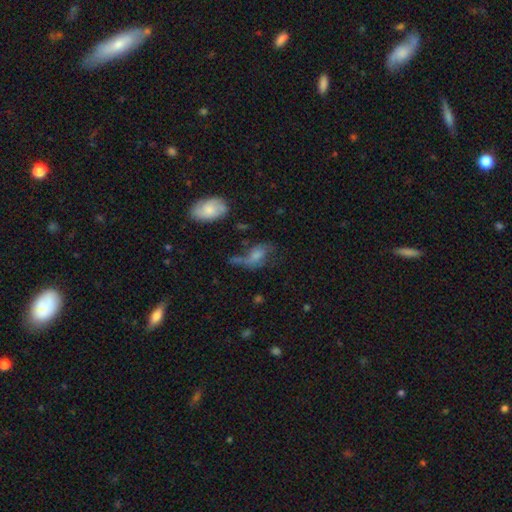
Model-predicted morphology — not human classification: This appears to be a smooth galaxy with no disk features (47%). Merging: none (36%).